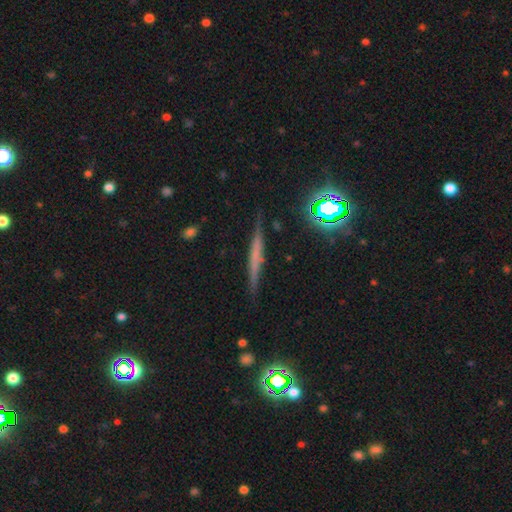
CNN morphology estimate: featured or disk 48%, smooth 36%, star or artifact 15%. Down the decision tree: merging — none (85%).